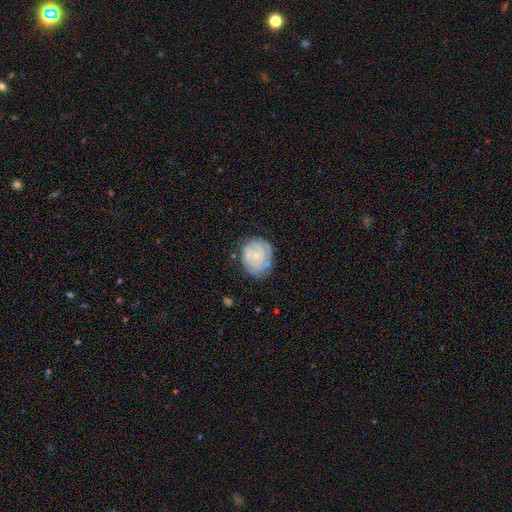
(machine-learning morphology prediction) smooth_or_featured: featured or disk (p=0.69) [alt: smooth p=0.25]
disk_edge_on: no (p=0.98) [alt: yes p=0.02]
bar: no (p=0.77) [alt: weak p=0.20]
has_spiral_arms: yes (p=0.83) [alt: no p=0.17]
spiral_winding: tight (p=0.70) [alt: medium p=0.23]
spiral_arm_count: can't tell (p=0.41) [alt: 2 p=0.27]
bulge_size: small (p=0.71) [alt: moderate p=0.23]
merging: none (p=0.64) [alt: minor disturbance p=0.24]